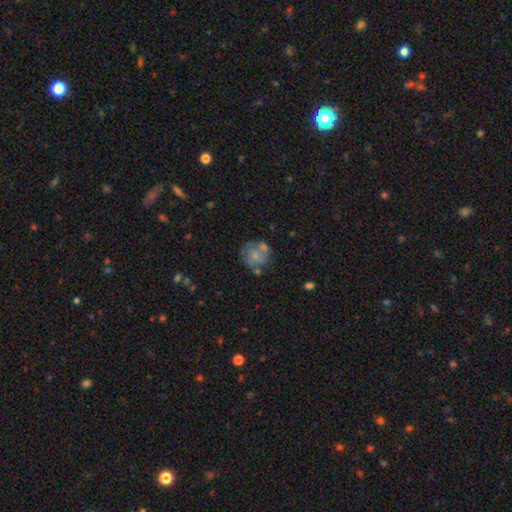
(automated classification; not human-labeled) The model was most divided on "smooth or featured": smooth: 53%, featured or disk: 39%, star or artifact: 8%. More confident: how rounded — round (83%); merging — none (54%).